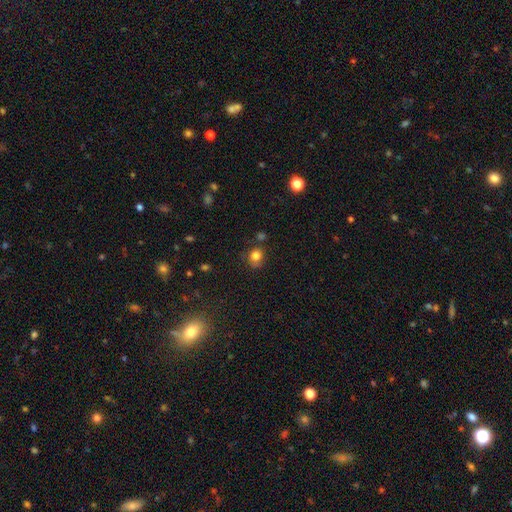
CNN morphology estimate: Overall: smooth (80%). How rounded: round (78%). Merging: none (66%).